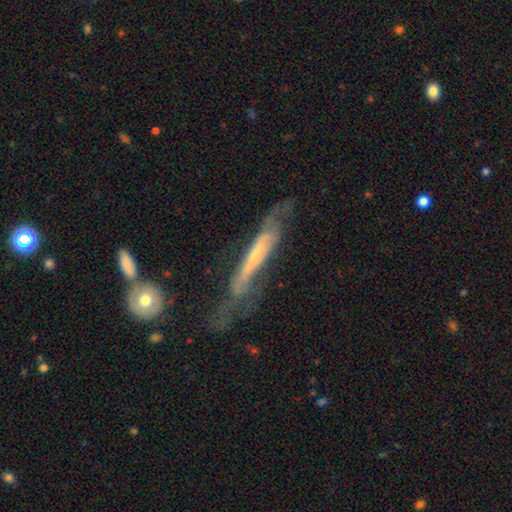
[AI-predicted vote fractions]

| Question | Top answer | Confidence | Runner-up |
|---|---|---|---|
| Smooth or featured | featured or disk | 68% | smooth (25%) |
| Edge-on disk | yes | 62% | no (38%) |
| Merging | none | 43% | major disturbance (29%) |